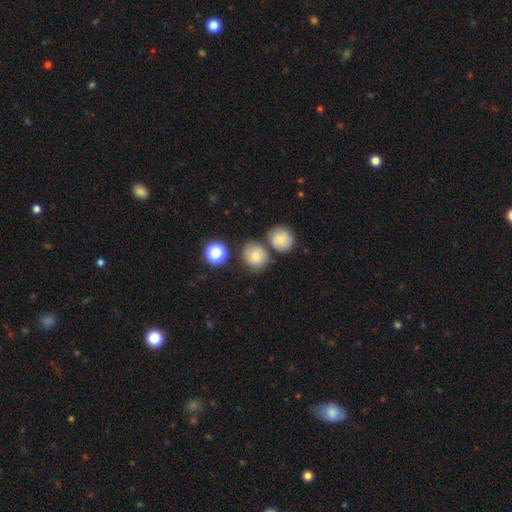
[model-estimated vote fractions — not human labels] Smooth or featured? smooth (77%)
How rounded? round (82%)
Merging? none (67%)